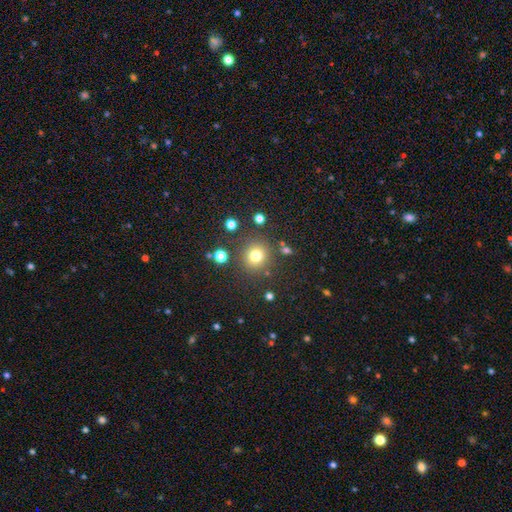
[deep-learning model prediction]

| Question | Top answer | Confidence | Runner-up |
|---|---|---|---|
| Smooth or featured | smooth | 77% | star or artifact (16%) |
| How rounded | round | 90% | in between (9%) |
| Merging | none | 84% | minor disturbance (8%) |